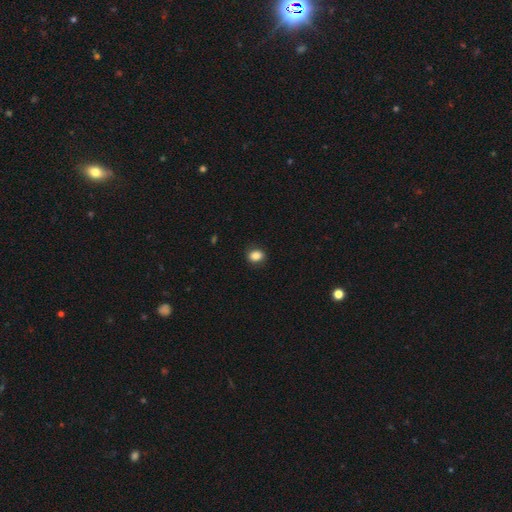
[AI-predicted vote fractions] Smooth or featured?
  - smooth: 86% *
  - star or artifact: 9%
  - featured or disk: 5%
How rounded?
  - in between: 54% *
  - round: 45%
  - cigar-shaped: 1%
Merging?
  - none: 85% *
  - minor disturbance: 11%
  - major disturbance: 3%
  - merger: 1%